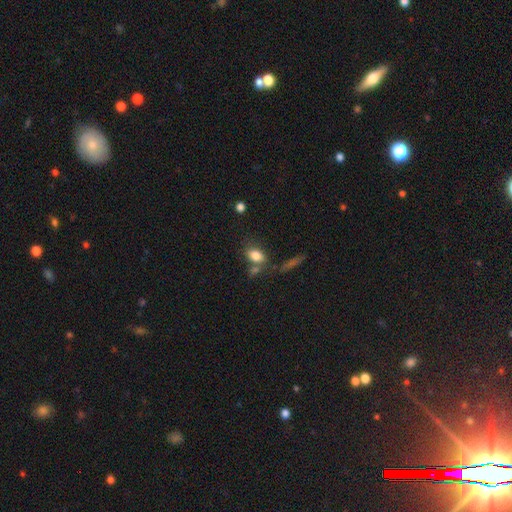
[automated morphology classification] Smooth or featured? smooth (81%)
How rounded? in between (79%)
Merging? none (57%)